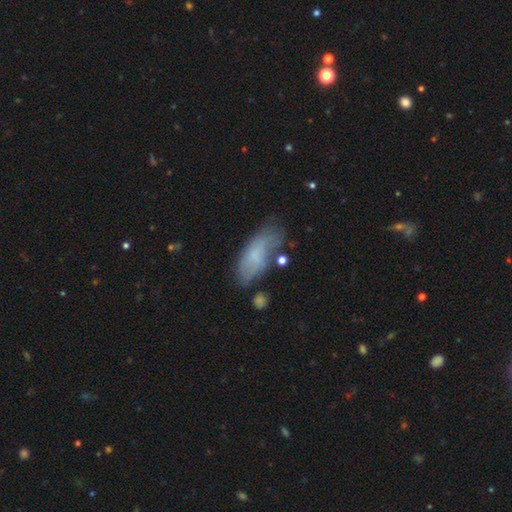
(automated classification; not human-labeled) The model was most divided on "merging": none: 51%, minor disturbance: 29%, major disturbance: 13%, merger: 6%. More confident: how rounded — in between (81%); smooth or featured — smooth (66%).